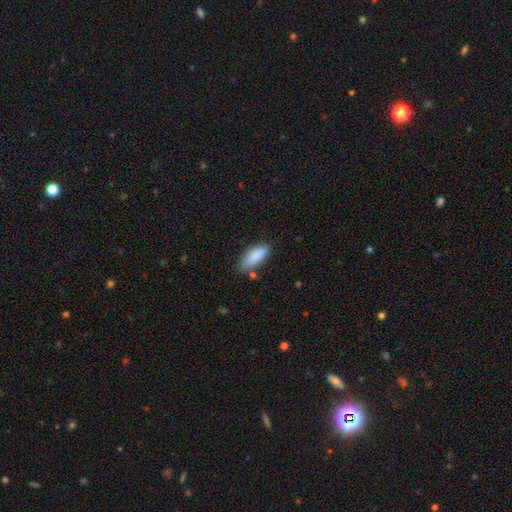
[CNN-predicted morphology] Smooth or featured?
  - smooth: 87% *
  - star or artifact: 7%
  - featured or disk: 6%
How rounded?
  - in between: 76% *
  - cigar-shaped: 22%
  - round: 2%
Merging?
  - none: 62% *
  - minor disturbance: 27%
  - major disturbance: 6%
  - merger: 5%